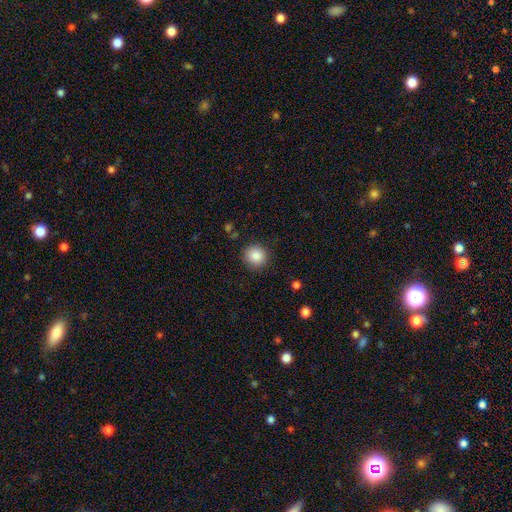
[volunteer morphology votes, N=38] Smooth or featured: smooth — 87% (star or artifact — 8%)
How rounded: round — 94% (in between — 6%)
Merging: none — 94% (minor disturbance — 3%)